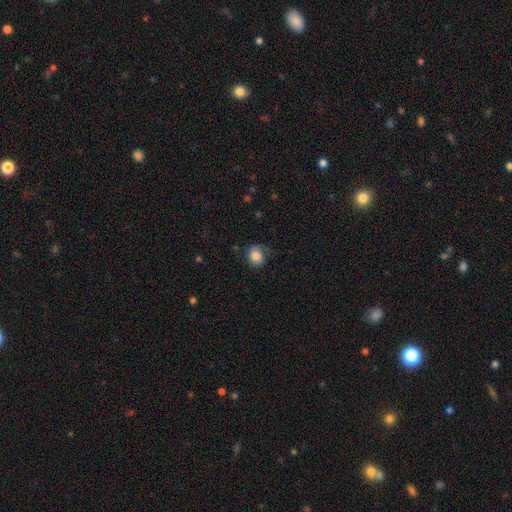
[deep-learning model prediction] Smooth or featured? smooth (77%)
How rounded? round (67%)
Merging? none (56%)